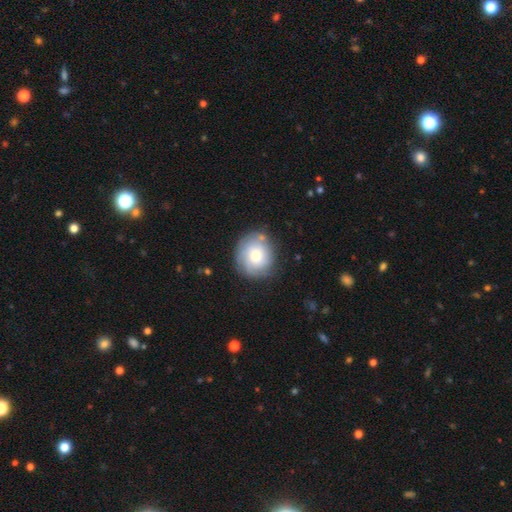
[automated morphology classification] A featured or disk galaxy (49%). Merging: none (76%).